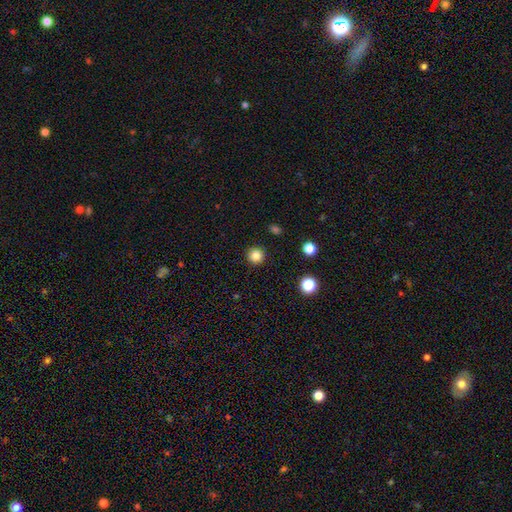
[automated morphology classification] A smooth galaxy with no disk features (84%) that is round (95%).

Vote fractions:
- Smooth or featured? smooth: 84% / star or artifact: 12% / featured or disk: 4%
- How rounded? round: 95% / in between: 4% / cigar-shaped: 1%
- Merging? none: 92% / minor disturbance: 5% / major disturbance: 2% / merger: 1%